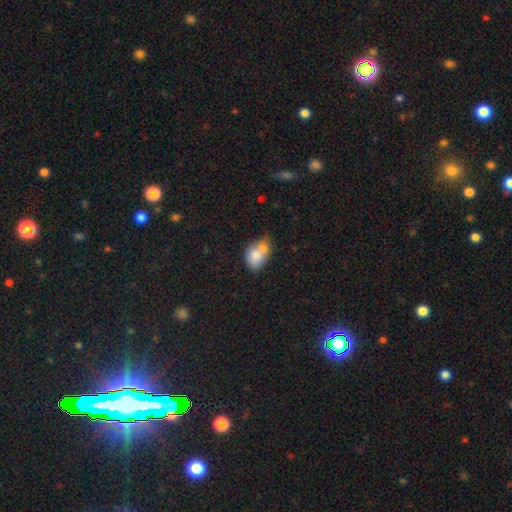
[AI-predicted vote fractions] smooth_or_featured: smooth (p=0.75) [alt: featured or disk p=0.17]
how_rounded: in between (p=0.70) [alt: round p=0.29]
merging: merger (p=0.57) [alt: none p=0.25]